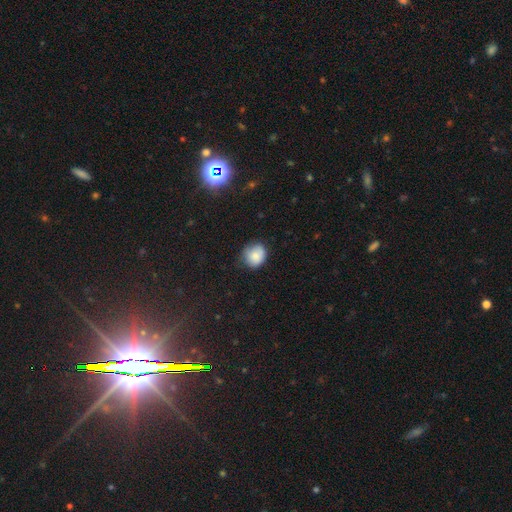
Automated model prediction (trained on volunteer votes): The model was most divided on "merging": none: 66%, minor disturbance: 27%, major disturbance: 5%, merger: 2%. More confident: smooth or featured — smooth (81%); how rounded — round (73%).